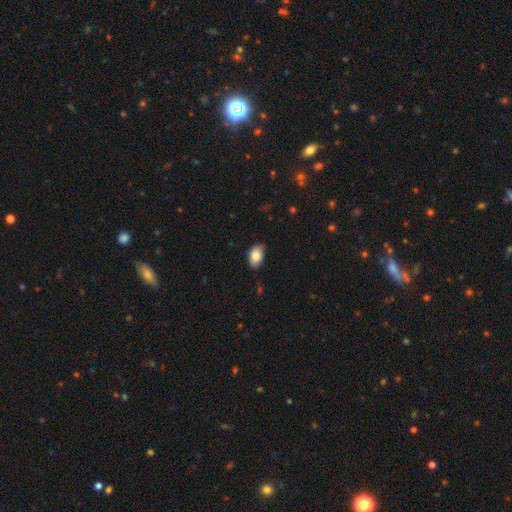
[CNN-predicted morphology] Smooth or featured: smooth — 85% (featured or disk — 8%)
How rounded: in between — 91% (round — 7%)
Merging: none — 76% (minor disturbance — 20%)